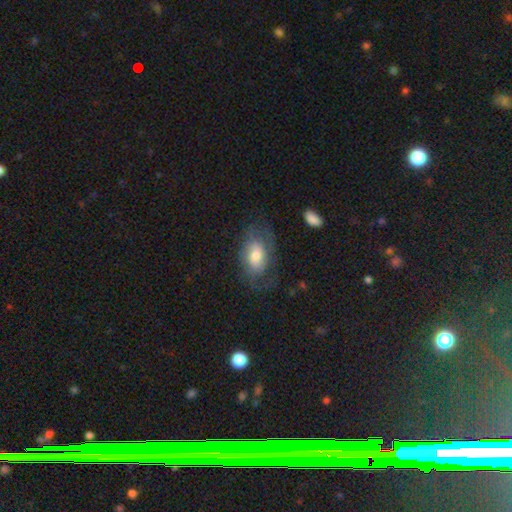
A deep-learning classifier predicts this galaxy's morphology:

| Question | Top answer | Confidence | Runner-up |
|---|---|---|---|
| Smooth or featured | smooth | 56% | featured or disk (37%) |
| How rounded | in between | 88% | round (10%) |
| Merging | none | 57% | minor disturbance (22%) |